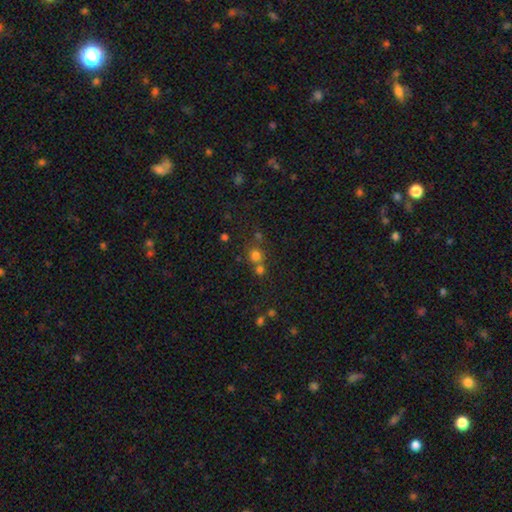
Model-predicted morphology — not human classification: This is likely a smooth galaxy (71%). How rounded: clearly round (89%). Merging: possibly none (57%).